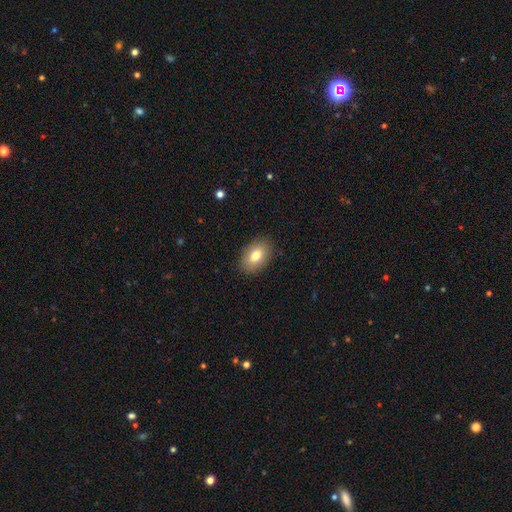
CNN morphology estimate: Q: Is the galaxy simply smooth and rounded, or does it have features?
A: smooth — 78%.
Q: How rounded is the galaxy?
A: in between — 88%.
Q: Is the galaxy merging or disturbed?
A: none — 88%.